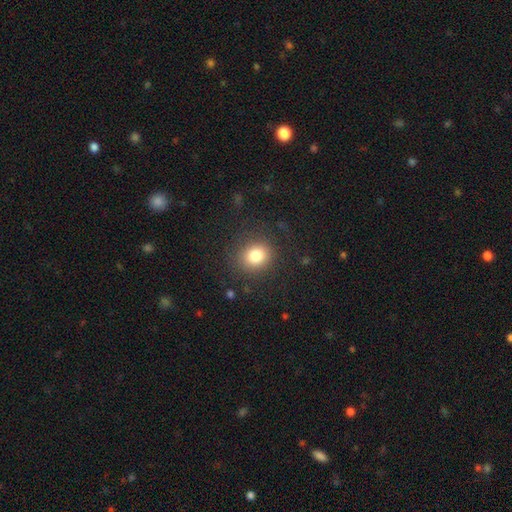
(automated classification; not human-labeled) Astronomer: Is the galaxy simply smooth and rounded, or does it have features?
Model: smooth — 81%.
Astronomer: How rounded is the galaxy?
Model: round — 73%.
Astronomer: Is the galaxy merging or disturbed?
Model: none — 84%.